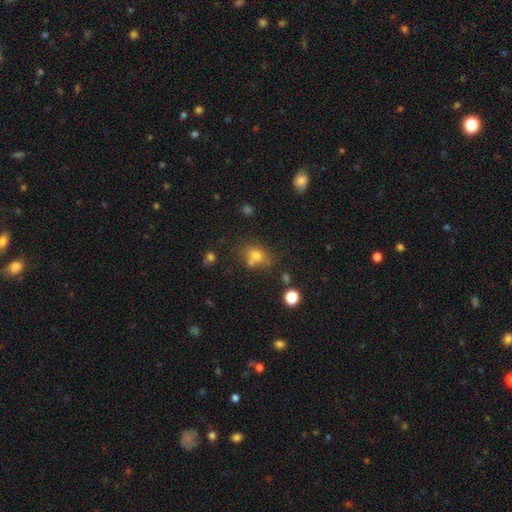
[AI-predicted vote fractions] A smooth galaxy with no disk features (72%) that is round (59%).

Vote fractions:
- Smooth or featured? smooth: 72% / star or artifact: 16% / featured or disk: 12%
- How rounded? round: 59% / in between: 40% / cigar-shaped: 1%
- Merging? none: 58% / merger: 22% / minor disturbance: 15% / major disturbance: 6%